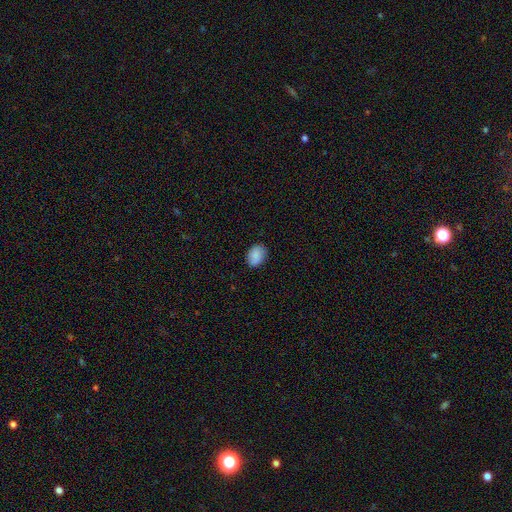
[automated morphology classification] smooth_or_featured: smooth (p=0.85) [alt: star or artifact p=0.08]
how_rounded: in between (p=0.69) [alt: round p=0.30]
merging: none (p=0.83) [alt: minor disturbance p=0.13]